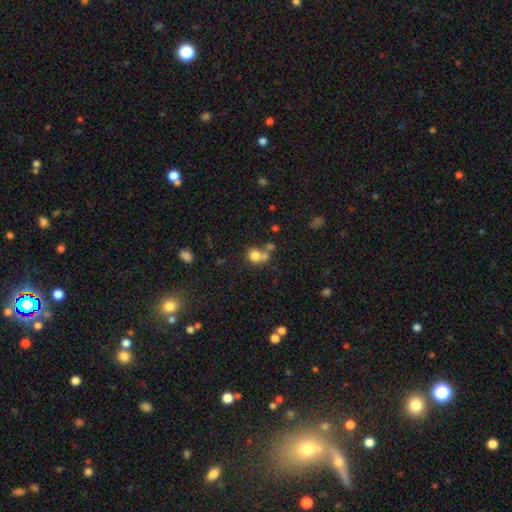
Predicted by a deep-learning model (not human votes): Smooth or featured: smooth — 78% (star or artifact — 12%)
How rounded: round — 77% (in between — 22%)
Merging: none — 46% (merger — 38%)